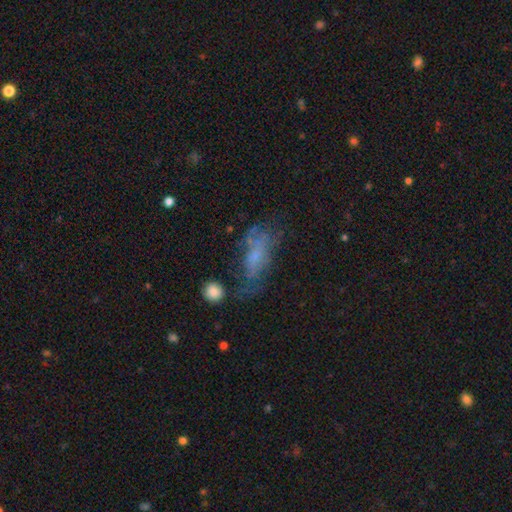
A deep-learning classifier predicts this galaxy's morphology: Smooth or featured: featured or disk — 45% (smooth — 38%)
Merging: none — 39% (major disturbance — 29%)